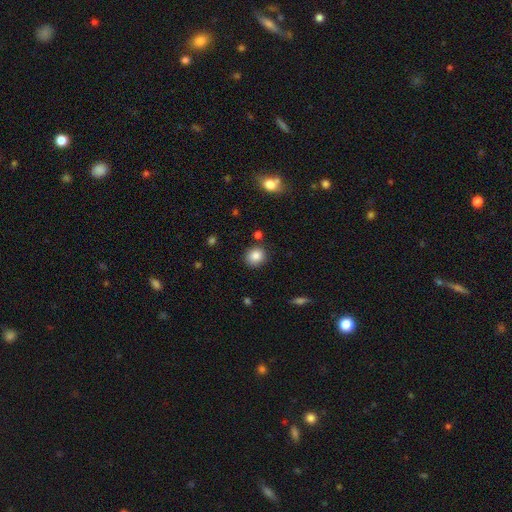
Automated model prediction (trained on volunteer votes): Smooth or featured? smooth (85%)
How rounded? round (80%)
Merging? none (85%)